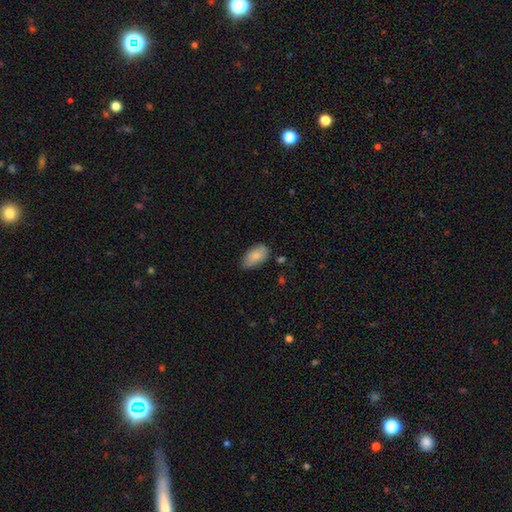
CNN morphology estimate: Smooth or featured? Predicted: smooth (p=0.84). How rounded? Predicted: in between (p=0.94). Merging? Predicted: none (p=0.65).